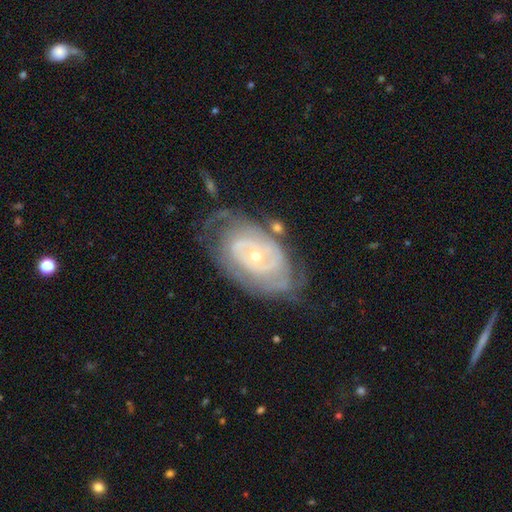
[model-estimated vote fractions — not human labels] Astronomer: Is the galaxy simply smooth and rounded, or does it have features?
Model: featured or disk — 84%.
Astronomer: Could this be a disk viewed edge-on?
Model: no — 96%.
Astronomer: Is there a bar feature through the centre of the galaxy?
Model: no — 74%.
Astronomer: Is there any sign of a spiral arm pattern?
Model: yes — 82%.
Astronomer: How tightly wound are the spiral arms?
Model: tight — 75%.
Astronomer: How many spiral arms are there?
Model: can't tell — 47% (runner-up: 2, 28%).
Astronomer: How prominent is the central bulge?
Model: small — 63%.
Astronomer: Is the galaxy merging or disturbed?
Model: none — 58%.